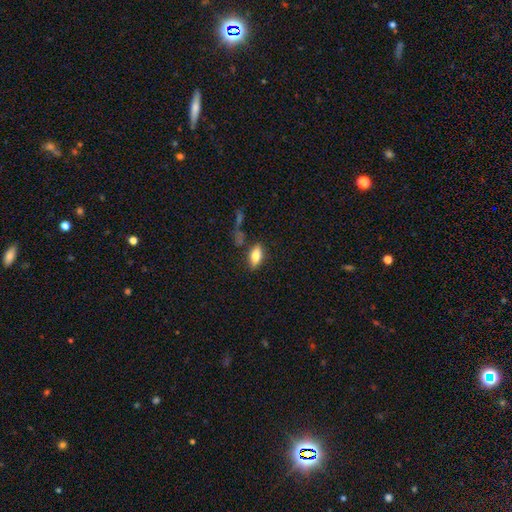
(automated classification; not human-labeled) A smooth galaxy with no disk features (74%) that is in between round and cigar-shaped (84%). Merging: none (78%).